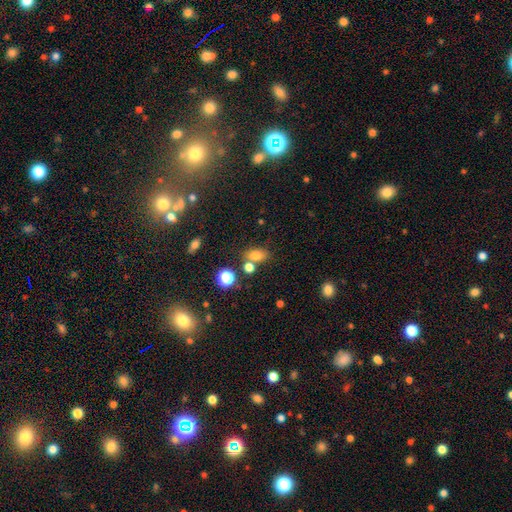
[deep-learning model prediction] Smooth or featured? smooth (75%)
How rounded? in between (77%)
Merging? none (64%)